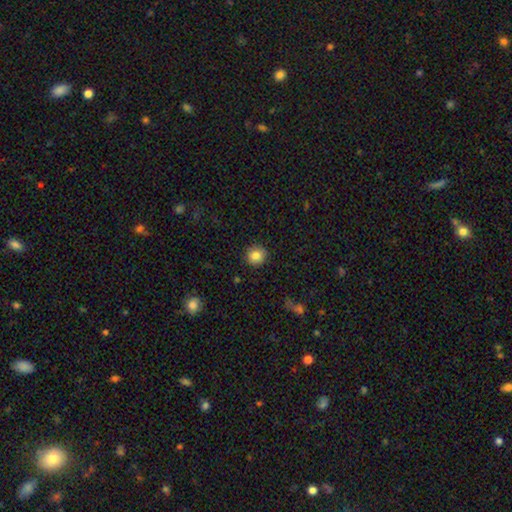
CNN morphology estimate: This is clearly a smooth galaxy (85%). How rounded: clearly round (93%). Merging: clearly none (91%).